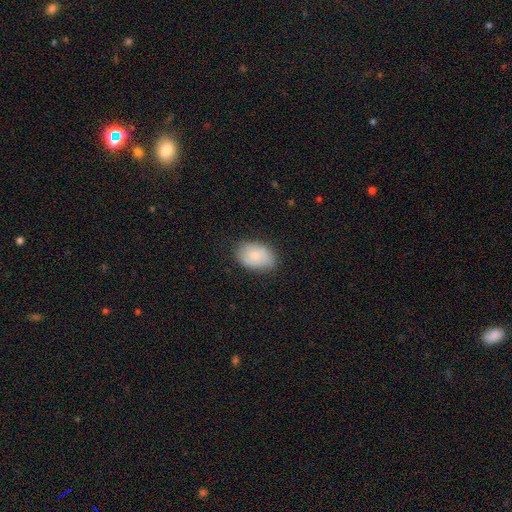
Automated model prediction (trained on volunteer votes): smooth 72%, featured or disk 21%, star or artifact 7%. Down the decision tree: how rounded — in between (85%); merging — none (79%).